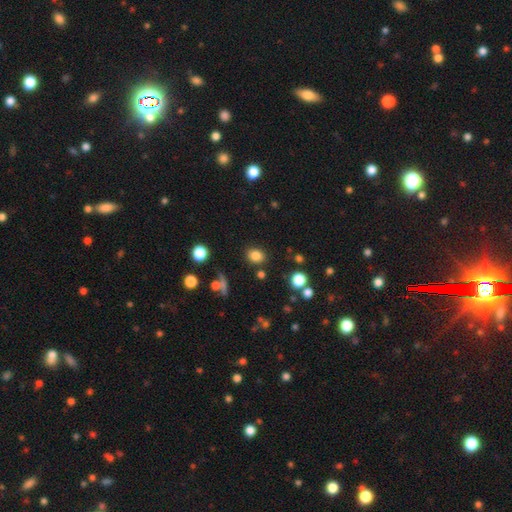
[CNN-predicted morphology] smooth-or-featured: smooth: 82% | star or artifact: 12% | featured or disk: 6%
  how-rounded: round: 53% | in between: 46% | cigar-shaped: 1%
  merging: none: 84% | minor disturbance: 9% | merger: 4% | major disturbance: 3%